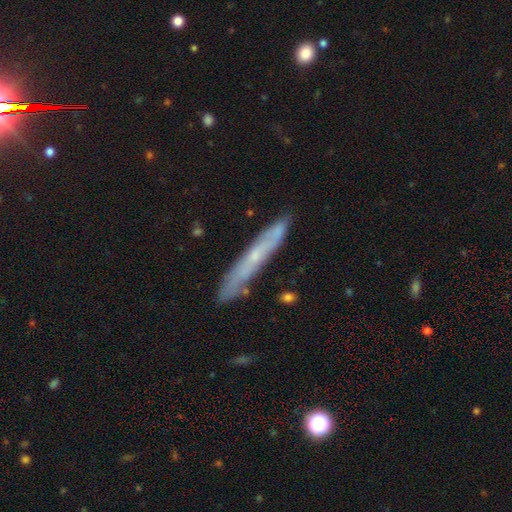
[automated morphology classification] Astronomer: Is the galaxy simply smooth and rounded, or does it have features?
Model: featured or disk — 57% (runner-up: smooth, 34%).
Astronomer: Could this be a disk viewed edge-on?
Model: yes — 74%.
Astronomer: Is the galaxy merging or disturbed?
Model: none — 81%.